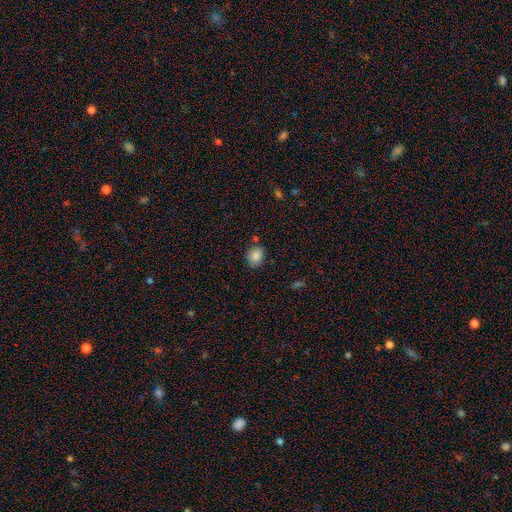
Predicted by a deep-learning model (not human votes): Smooth or featured: smooth — 85% (star or artifact — 9%)
How rounded: round — 59% (in between — 40%)
Merging: none — 74% (minor disturbance — 16%)